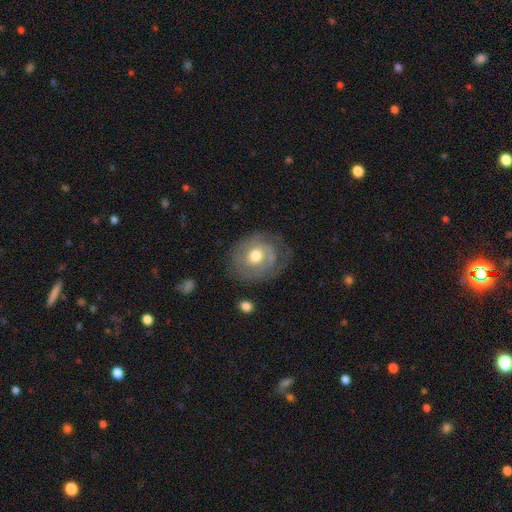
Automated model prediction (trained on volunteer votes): Smooth or featured? featured or disk (67%)
Edge-on disk? no (97%)
Bar? no (69%)
Spiral arms? yes (78%)
Spiral winding? tight (58%)
Spiral arm count? 2 (35%)
Bulge size? moderate (74%)
Merging? none (63%)